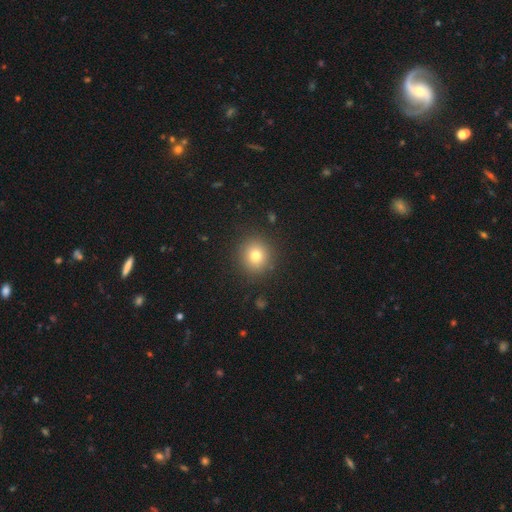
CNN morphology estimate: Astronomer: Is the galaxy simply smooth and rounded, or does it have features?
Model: smooth — 77%.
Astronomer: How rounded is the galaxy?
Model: round — 91%.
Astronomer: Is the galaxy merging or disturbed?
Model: none — 90%.